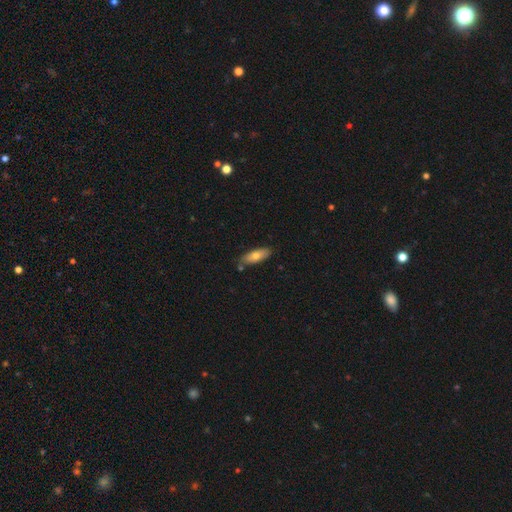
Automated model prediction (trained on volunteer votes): Overall: smooth (73%). How rounded: in between (66%; cigar-shaped 31%). Merging: none (77%).